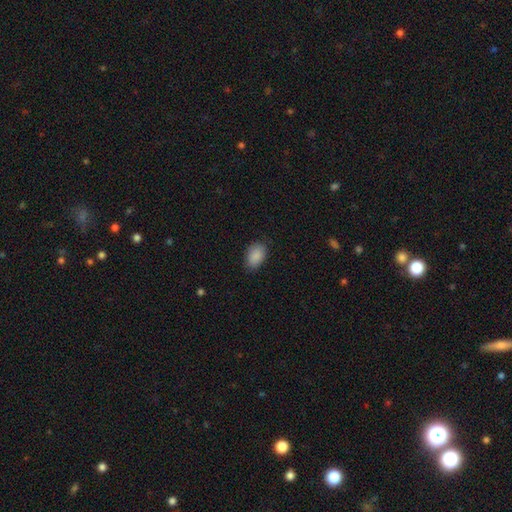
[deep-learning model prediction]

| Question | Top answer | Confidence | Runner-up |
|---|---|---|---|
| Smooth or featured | smooth | 89% | star or artifact (7%) |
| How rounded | in between | 86% | round (13%) |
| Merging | none | 82% | minor disturbance (15%) |